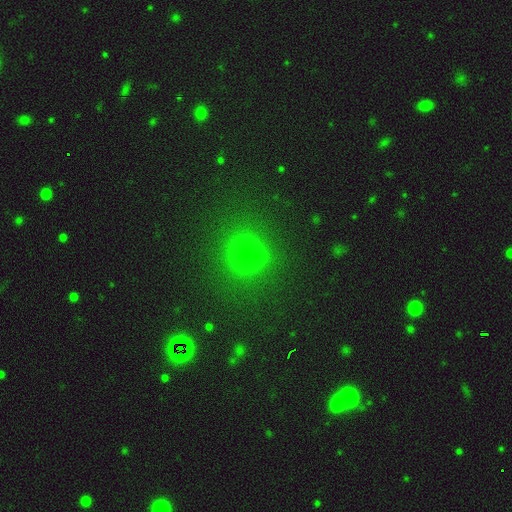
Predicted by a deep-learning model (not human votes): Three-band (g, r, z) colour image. It shows a smooth galaxy with no disk features (60%) that is round (80%). Merging: none (56%).